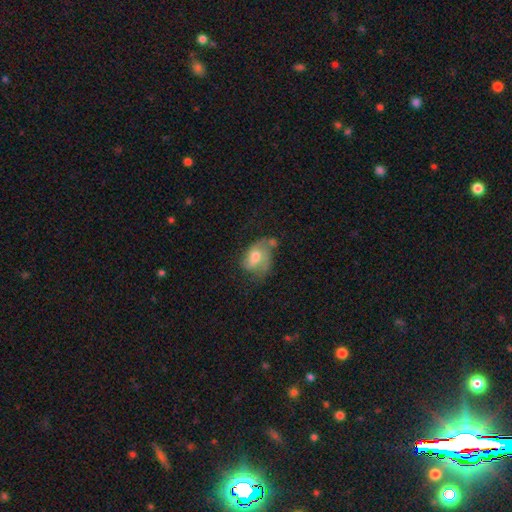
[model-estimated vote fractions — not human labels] Smooth or featured? featured or disk (49%)
Merging? none (32%)